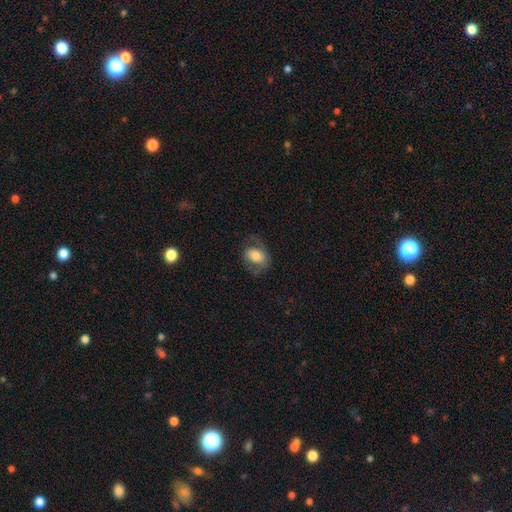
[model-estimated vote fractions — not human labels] Morphology: type=smooth (57%); roundness=in between (71%); merging=none (61%).